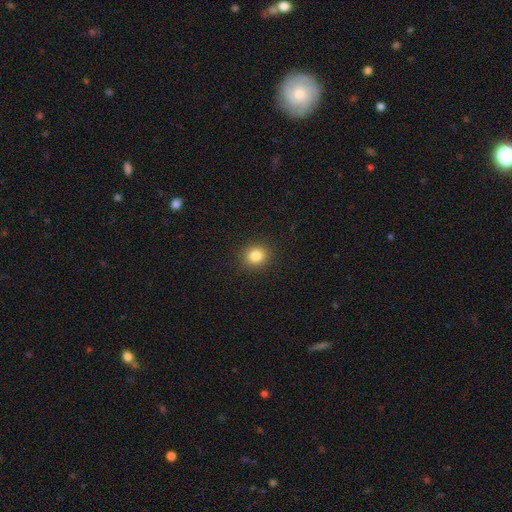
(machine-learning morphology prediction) Q: Smooth or featured?
A: smooth (84%); runner-up: star or artifact (11%)
Q: How rounded?
A: round (80%); runner-up: in between (19%)
Q: Merging?
A: none (90%); runner-up: minor disturbance (6%)